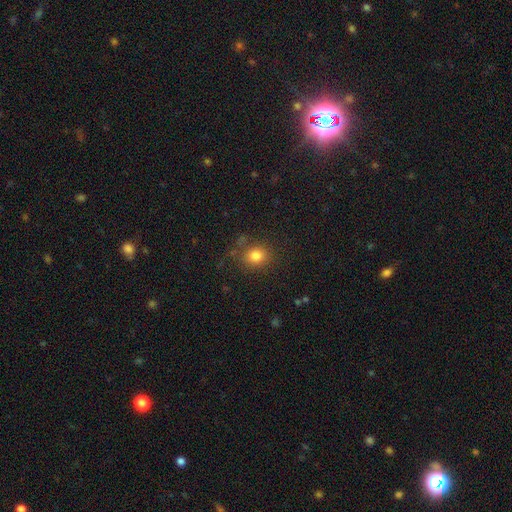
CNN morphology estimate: This is clearly a smooth galaxy (81%). How rounded: likely round (67%). Merging: likely none (79%).